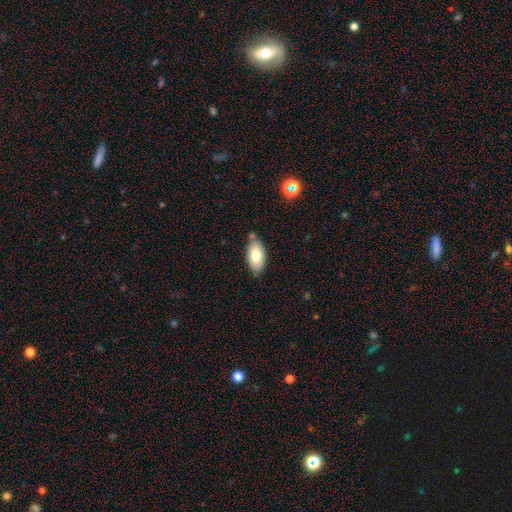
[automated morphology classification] Smooth or featured: smooth — 75% (featured or disk — 17%)
How rounded: in between — 93% (round — 3%)
Merging: none — 75% (minor disturbance — 17%)